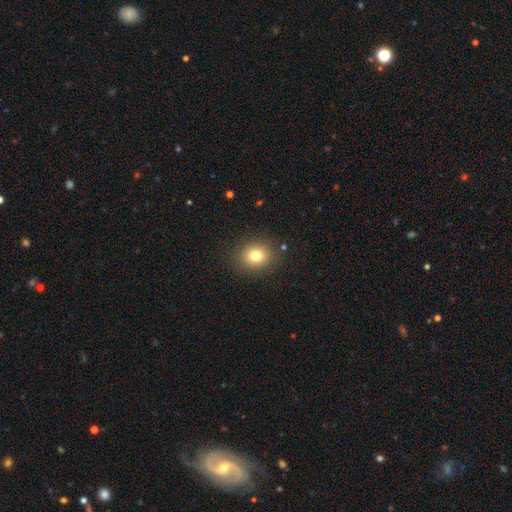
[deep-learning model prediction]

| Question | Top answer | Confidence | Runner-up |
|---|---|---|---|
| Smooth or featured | smooth | 78% | star or artifact (13%) |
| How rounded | round | 74% | in between (25%) |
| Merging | none | 88% | minor disturbance (8%) |